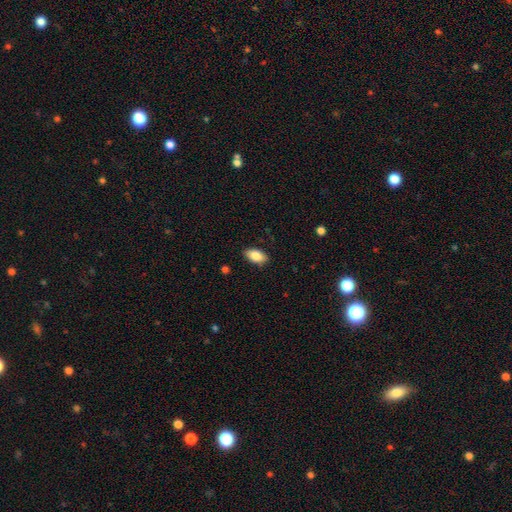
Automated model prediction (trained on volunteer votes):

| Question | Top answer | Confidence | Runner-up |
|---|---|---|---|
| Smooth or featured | smooth | 86% | featured or disk (7%) |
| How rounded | in between | 93% | round (4%) |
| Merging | none | 87% | minor disturbance (10%) |